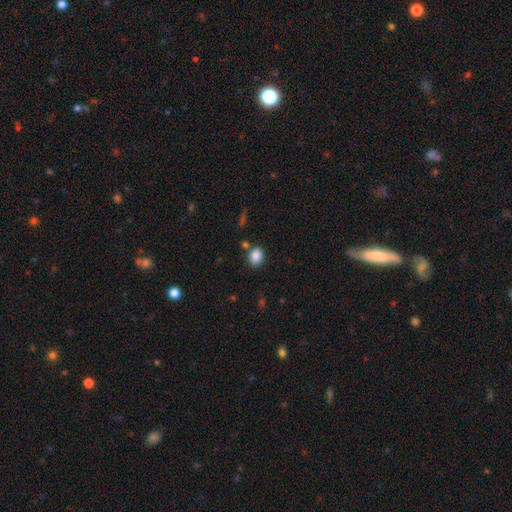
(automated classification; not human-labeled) smooth 87%, star or artifact 9%, featured or disk 4%. Down the decision tree: how rounded — in between (55%); merging — none (76%).